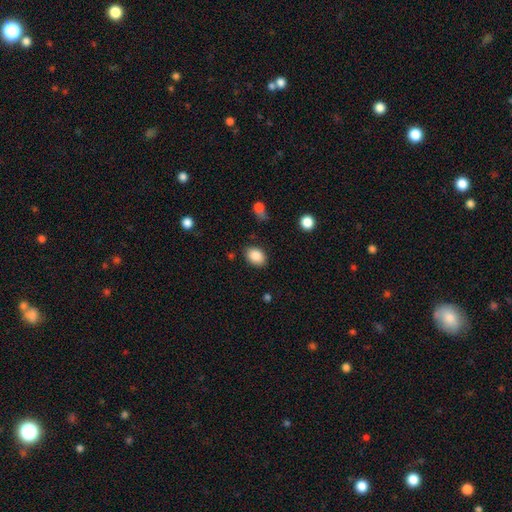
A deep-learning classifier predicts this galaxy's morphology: Smooth or featured?
  - smooth: 88% *
  - star or artifact: 8%
  - featured or disk: 4%
How rounded?
  - in between: 73% *
  - round: 26%
  - cigar-shaped: 1%
Merging?
  - none: 83% *
  - minor disturbance: 12%
  - major disturbance: 3%
  - merger: 2%